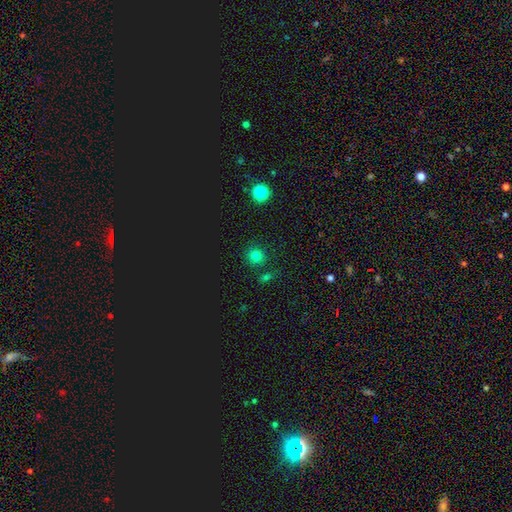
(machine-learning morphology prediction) smooth_or_featured: smooth (p=0.75) [alt: star or artifact p=0.19]
how_rounded: round (p=0.92) [alt: in between p=0.07]
merging: none (p=0.82) [alt: minor disturbance p=0.08]